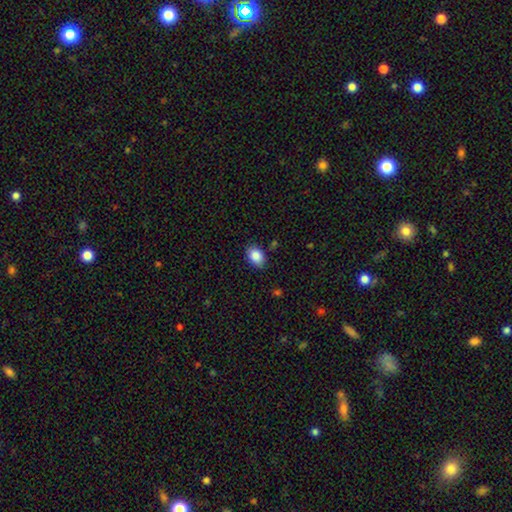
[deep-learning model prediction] smooth-or-featured: smooth: 87% | star or artifact: 8% | featured or disk: 5%
  how-rounded: in between: 77% | round: 22% | cigar-shaped: 1%
  merging: none: 85% | minor disturbance: 11% | major disturbance: 2% | merger: 2%